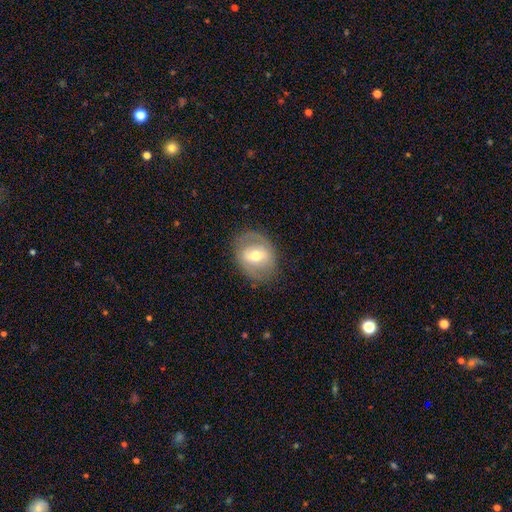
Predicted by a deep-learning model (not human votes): Morphology: type=featured or disk (58%); edge-on=no (94%); bar=weak (43%); spiral arms=yes (56%); bulge=moderate (66%); merging=none (77%).